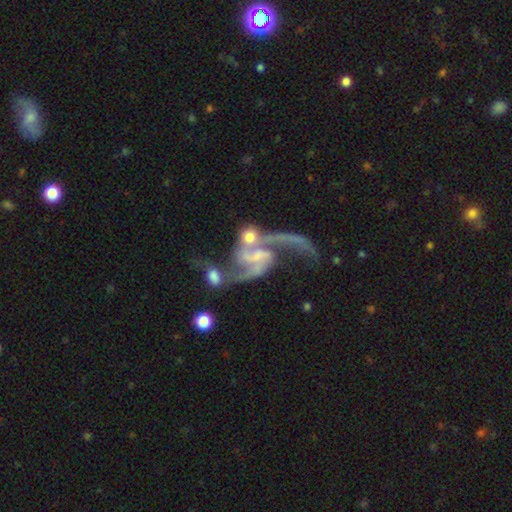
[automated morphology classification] Smooth or featured?
  - featured or disk: 88% *
  - star or artifact: 6%
  - smooth: 6%
Edge-on disk?
  - no: 97% *
  - yes: 3%
Bar?
  - weak: 43% *
  - no: 38%
  - strong: 19%
Spiral arms?
  - yes: 94% *
  - no: 6%
Spiral winding?
  - loose: 74% *
  - medium: 21%
  - tight: 5%
Spiral arm count?
  - 2: 84% *
  - can't tell: 4%
  - 1: 4%
  - 3: 4%
  - 4: 2%
  - more than 4: 2%
Bulge size?
  - small: 48% *
  - none: 29%
  - moderate: 19%
  - large: 3%
  - dominant: 1%
Merging?
  - merger: 41% *
  - none: 25%
  - major disturbance: 22%
  - minor disturbance: 13%